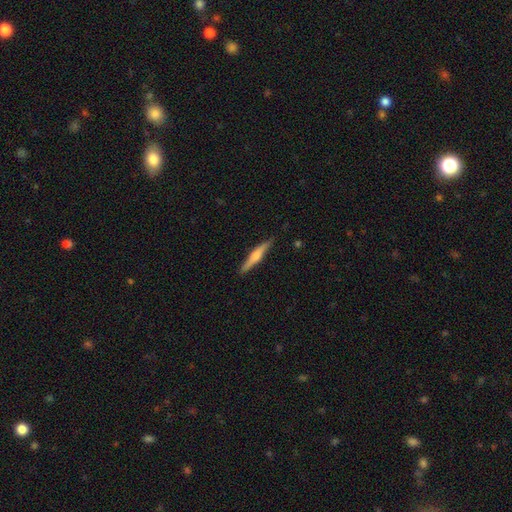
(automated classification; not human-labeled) smooth_or_featured: featured or disk (p=0.51) [alt: smooth p=0.44]
disk_edge_on: yes (p=0.96) [alt: no p=0.04]
merging: none (p=0.87) [alt: minor disturbance p=0.10]